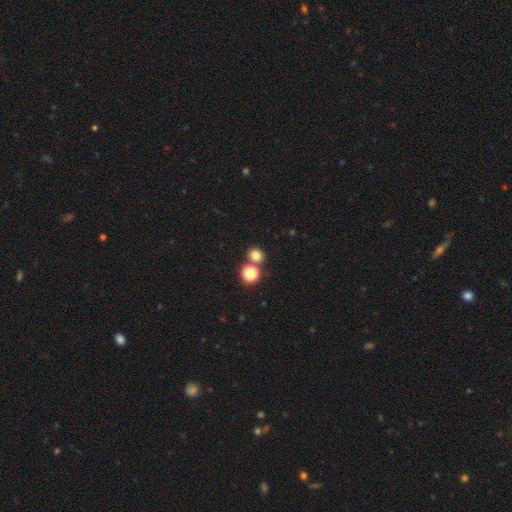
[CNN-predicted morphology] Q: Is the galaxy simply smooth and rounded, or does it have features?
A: smooth — 77%.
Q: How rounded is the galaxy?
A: round — 79%.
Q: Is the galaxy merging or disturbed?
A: none — 70%.